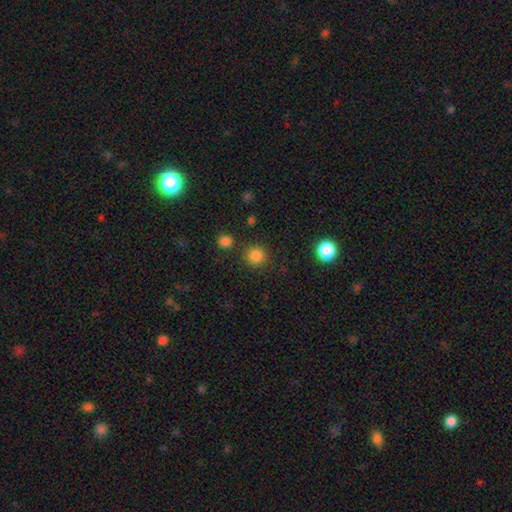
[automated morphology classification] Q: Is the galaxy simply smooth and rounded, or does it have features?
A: smooth — 83%.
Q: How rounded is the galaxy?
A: round — 93%.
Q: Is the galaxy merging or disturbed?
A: none — 86%.